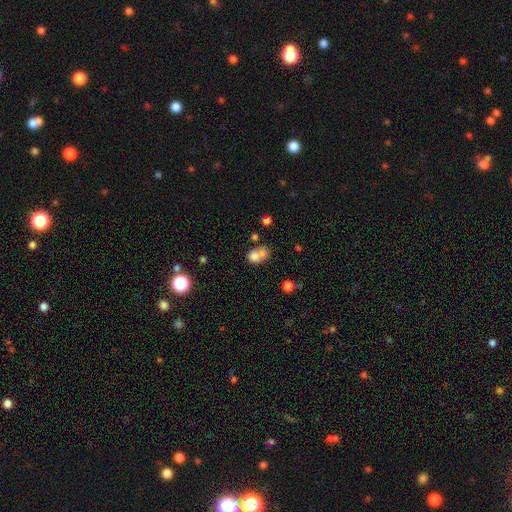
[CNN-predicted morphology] smooth-or-featured: smooth: 71% | featured or disk: 16% | star or artifact: 13%
  how-rounded: in between: 54% | round: 45% | cigar-shaped: 1%
  merging: merger: 55% | none: 25% | minor disturbance: 11% | major disturbance: 8%